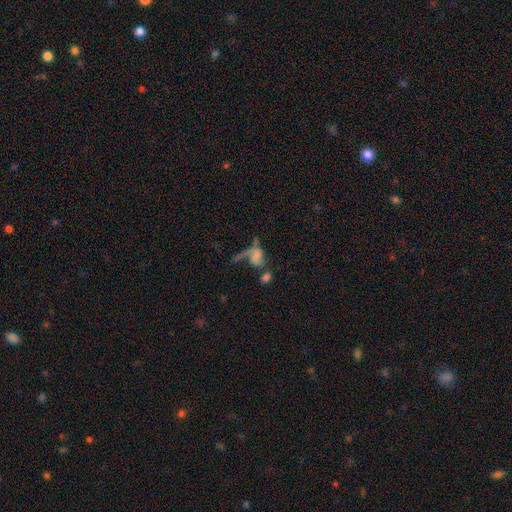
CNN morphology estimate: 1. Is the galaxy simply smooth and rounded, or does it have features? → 47% smooth, 38% featured or disk, 15% star or artifact.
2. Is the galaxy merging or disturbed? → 34% merger, 32% major disturbance, 22% none, 12% minor disturbance.